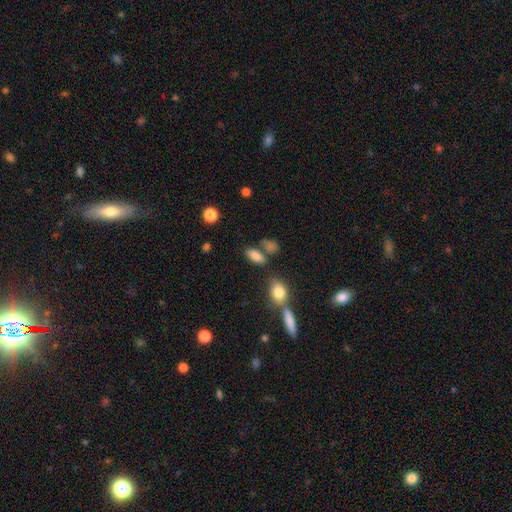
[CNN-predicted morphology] This appears to be a smooth galaxy with no disk features (81%) that is in between round and cigar-shaped (84%). Merging: none (62%).